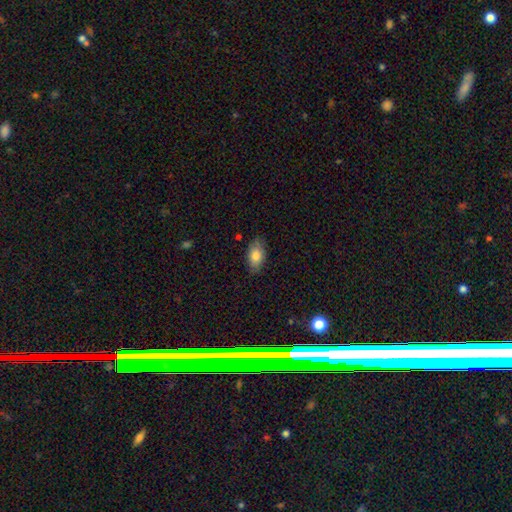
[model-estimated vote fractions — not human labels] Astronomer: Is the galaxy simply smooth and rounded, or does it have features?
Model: smooth — 80%.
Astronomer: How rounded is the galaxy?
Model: in between — 91%.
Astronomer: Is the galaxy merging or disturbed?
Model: none — 80%.